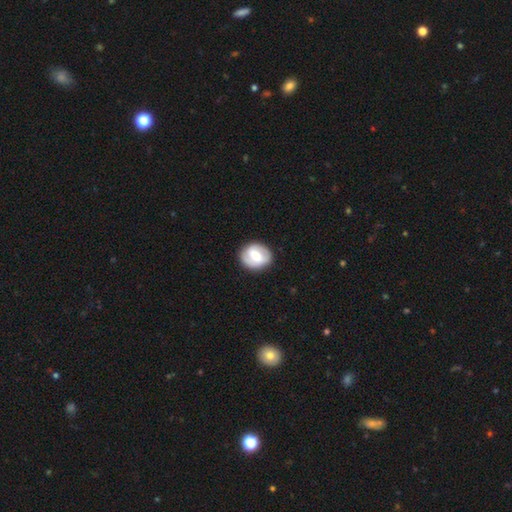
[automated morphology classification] smooth_or_featured: featured or disk (p=0.48) [alt: smooth p=0.46]
merging: none (p=0.87) [alt: minor disturbance p=0.10]